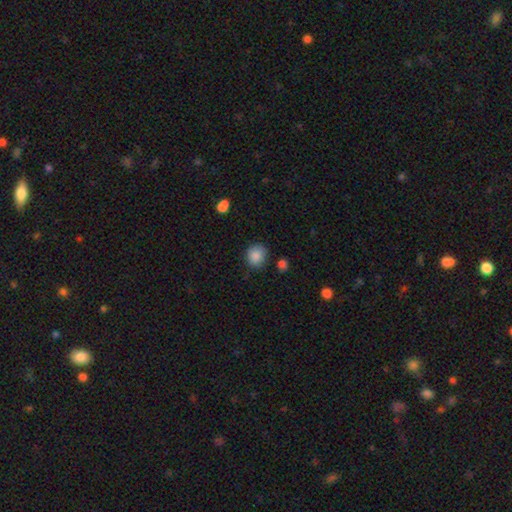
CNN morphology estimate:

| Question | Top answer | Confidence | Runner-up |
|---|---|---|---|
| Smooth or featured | smooth | 88% | star or artifact (9%) |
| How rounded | round | 79% | in between (20%) |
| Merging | none | 80% | minor disturbance (14%) |